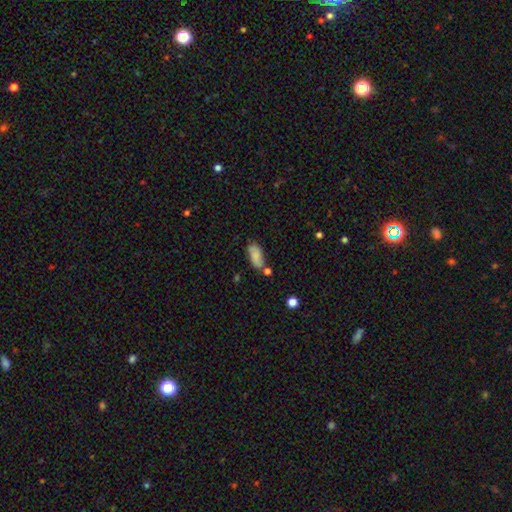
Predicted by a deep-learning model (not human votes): smooth 80%, featured or disk 12%, star or artifact 8%. Down the decision tree: how rounded — in between (88%); merging — none (59%).